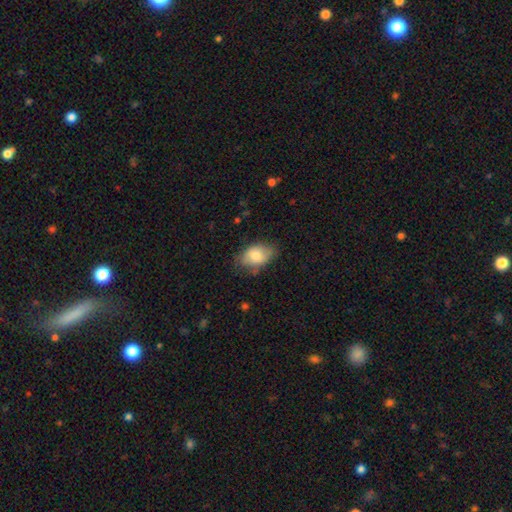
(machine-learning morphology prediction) Q: Smooth or featured?
A: smooth (77%); runner-up: featured or disk (16%)
Q: How rounded?
A: in between (86%); runner-up: round (13%)
Q: Merging?
A: none (68%); runner-up: minor disturbance (25%)